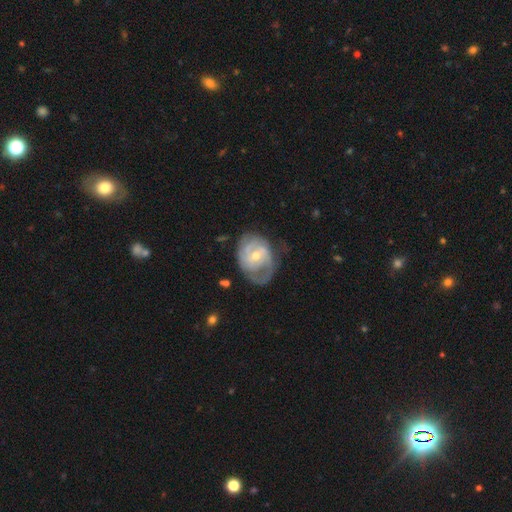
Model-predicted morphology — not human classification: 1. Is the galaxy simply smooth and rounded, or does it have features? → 82% featured or disk, 13% smooth, 5% star or artifact.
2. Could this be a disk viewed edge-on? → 97% no, 3% yes.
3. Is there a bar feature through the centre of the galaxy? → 48% no, 42% weak, 10% strong.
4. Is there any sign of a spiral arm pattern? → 91% yes, 9% no.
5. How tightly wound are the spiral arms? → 50% tight, 37% medium, 13% loose.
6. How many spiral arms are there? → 48% 2, 25% can't tell, 13% 3, 8% 1, 3% 4, 3% more than 4.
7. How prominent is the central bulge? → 55% moderate, 41% small, 2% large, 1% none, 1% dominant.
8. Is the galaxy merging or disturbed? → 53% none, 26% minor disturbance, 19% major disturbance, 2% merger.